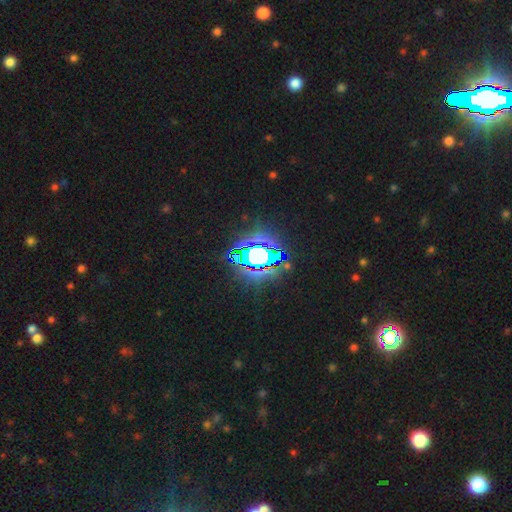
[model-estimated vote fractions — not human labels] Smooth or featured? star or artifact (65%)